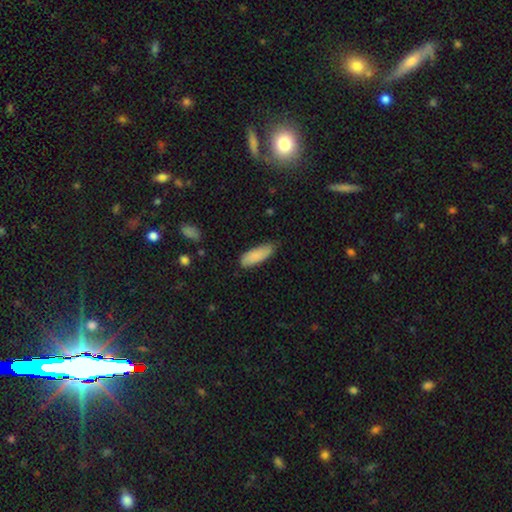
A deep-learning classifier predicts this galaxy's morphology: Smooth or featured: smooth — 84% (featured or disk — 10%)
How rounded: in between — 66% (cigar-shaped — 32%)
Merging: none — 70% (minor disturbance — 24%)